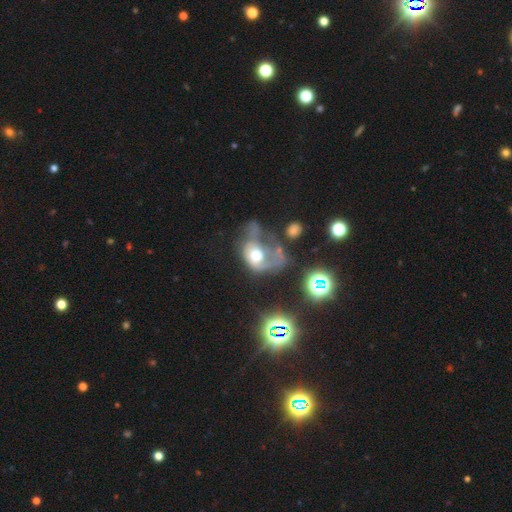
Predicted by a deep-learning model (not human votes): smooth_or_featured: featured or disk (p=0.51) [alt: smooth p=0.35]
disk_edge_on: no (p=0.96) [alt: yes p=0.04]
merging: major disturbance (p=0.53) [alt: merger p=0.21]